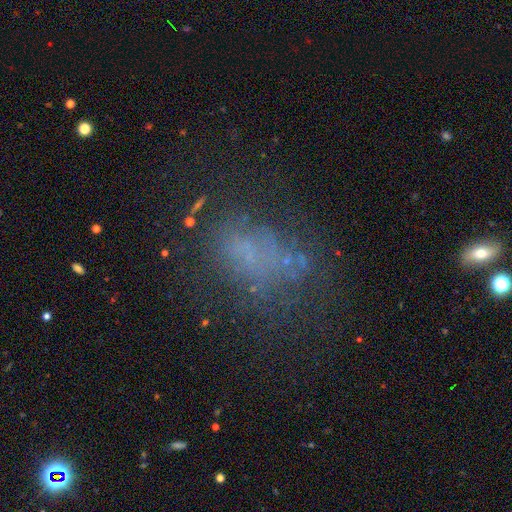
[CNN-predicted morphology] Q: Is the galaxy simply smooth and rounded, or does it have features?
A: smooth — 39%.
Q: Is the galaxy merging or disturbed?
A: none — 46%.